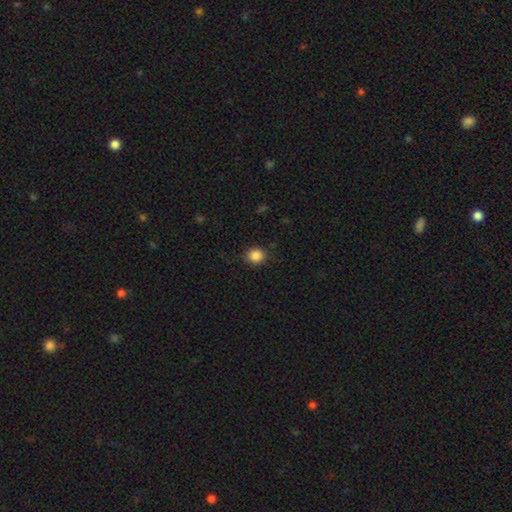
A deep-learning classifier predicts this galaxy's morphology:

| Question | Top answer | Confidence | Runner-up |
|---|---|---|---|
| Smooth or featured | smooth | 86% | star or artifact (10%) |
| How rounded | round | 82% | in between (17%) |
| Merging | none | 88% | minor disturbance (9%) |